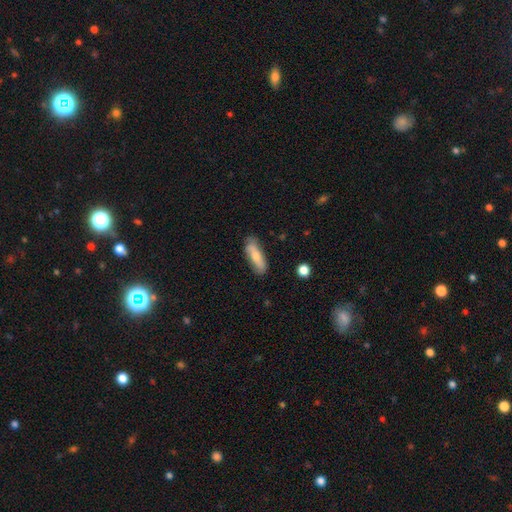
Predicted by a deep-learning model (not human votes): Morphology: type=smooth (63%); roundness=in between (53%); merging=none (74%).